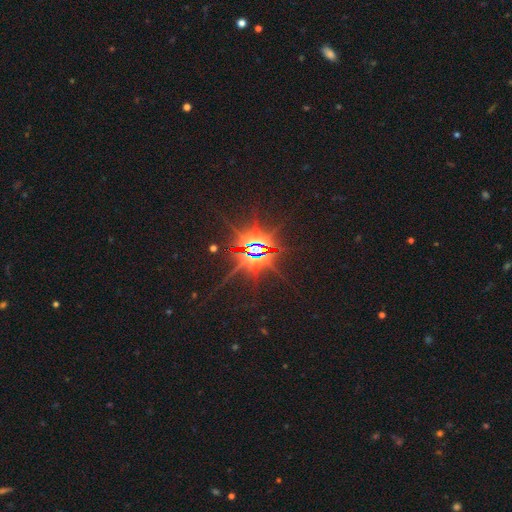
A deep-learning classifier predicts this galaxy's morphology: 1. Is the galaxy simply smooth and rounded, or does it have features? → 85% star or artifact, 10% featured or disk, 5% smooth.